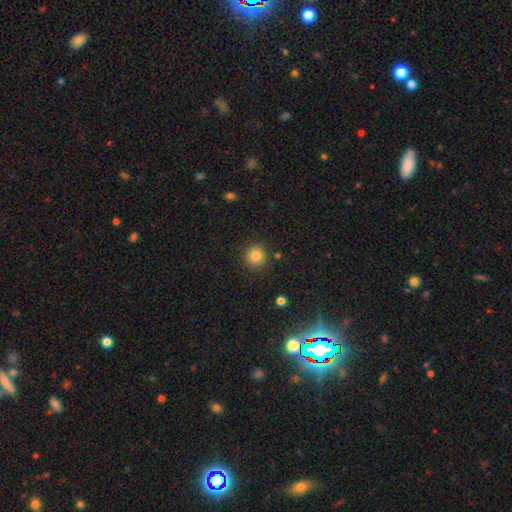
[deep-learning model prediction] Smooth or featured? smooth (82%)
How rounded? round (92%)
Merging? none (88%)